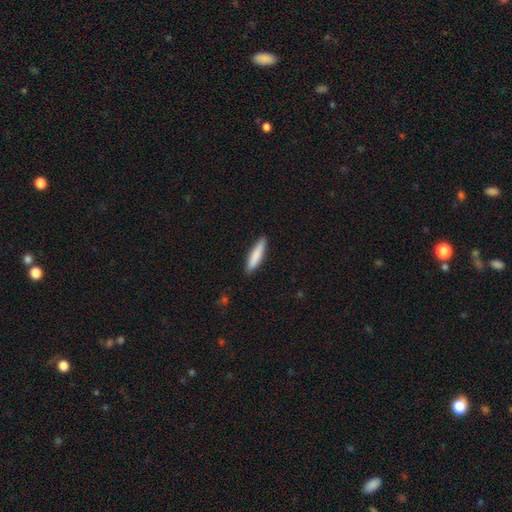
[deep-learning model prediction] smooth_or_featured: smooth (p=0.83) [alt: featured or disk p=0.12]
how_rounded: cigar-shaped (p=0.82) [alt: in between p=0.17]
merging: none (p=0.87) [alt: minor disturbance p=0.10]